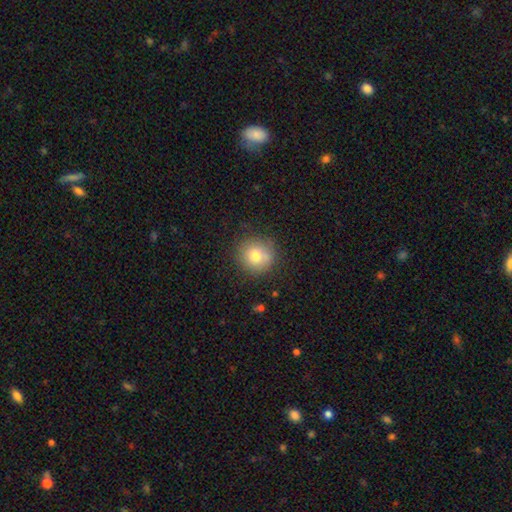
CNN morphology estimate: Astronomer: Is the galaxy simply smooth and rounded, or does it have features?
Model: smooth — 76%.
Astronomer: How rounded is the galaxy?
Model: round — 93%.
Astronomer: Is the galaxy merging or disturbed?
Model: none — 83%.